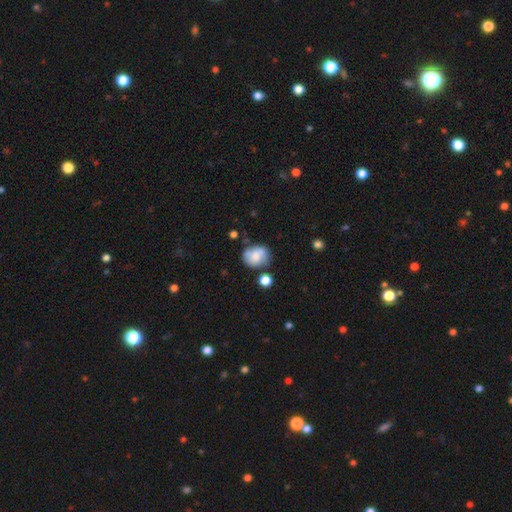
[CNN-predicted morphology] Overall: smooth (70%). How rounded: round (58%; in between 41%). Merging: none (53%; minor disturbance 25%).